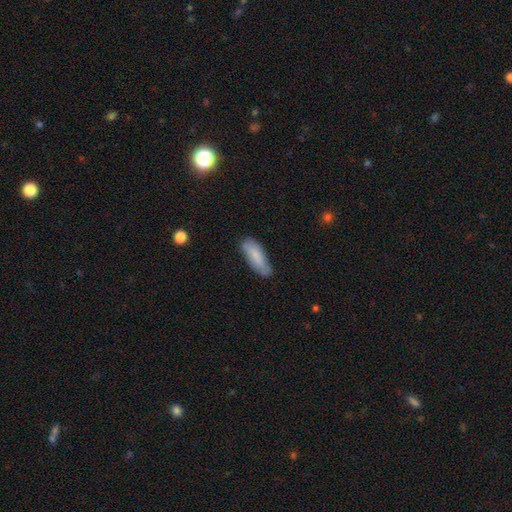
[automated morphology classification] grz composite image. It shows a smooth galaxy with no disk features (79%) that is in between round and cigar-shaped (59%). Merging: none (74%).